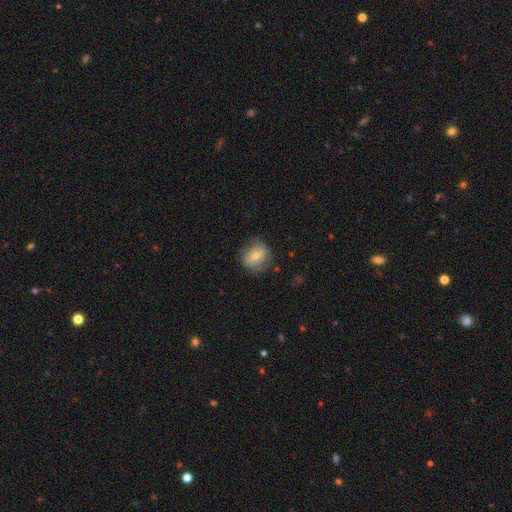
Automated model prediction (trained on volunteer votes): A smooth galaxy with no disk features (53%) that is round (66%). Merging: none (76%).